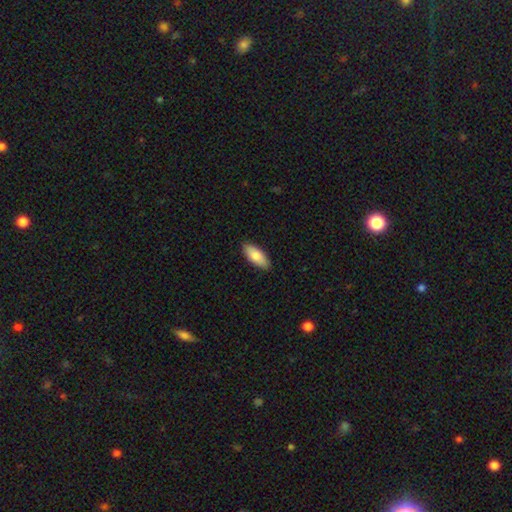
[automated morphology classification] Overall: smooth (82%). How rounded: in between (83%). Merging: none (88%).